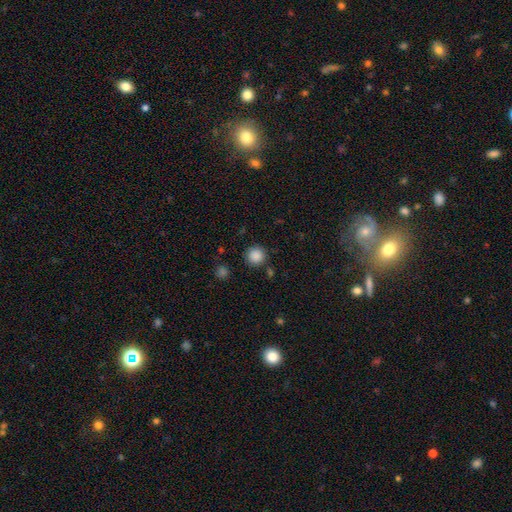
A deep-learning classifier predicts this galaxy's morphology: This appears to be a smooth galaxy with no disk features (87%) that is round (94%). Merging: none (87%).